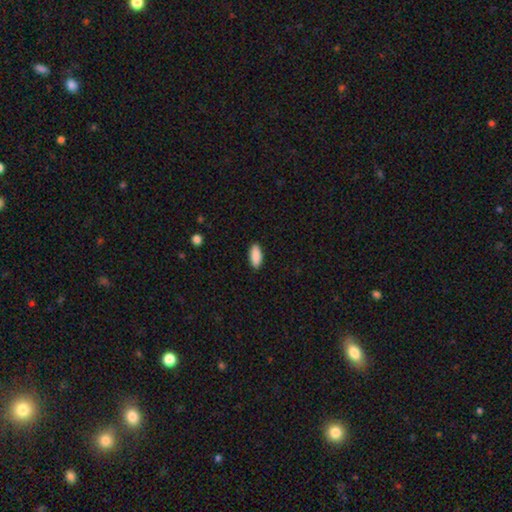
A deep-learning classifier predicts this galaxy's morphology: This is clearly a smooth galaxy (90%). How rounded: clearly in between (87%). Merging: clearly none (90%).